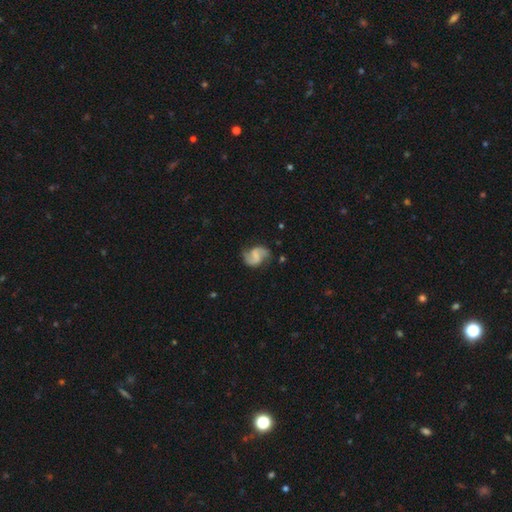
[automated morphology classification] This is clearly a featured or disk galaxy (84%). It is clearly not viewed edge-on (98%). Bar: possibly weak (47%). Spiral arm pattern: clearly yes (97%). Spiral arm count: clearly 2 (92%). Spiral winding: possibly medium (48%). Central bulge: possibly none (53%). Merging: likely none (76%).